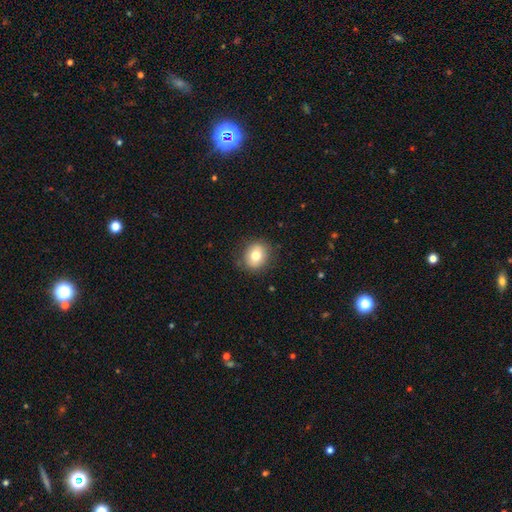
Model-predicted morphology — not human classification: Smooth or featured: smooth — 76% (featured or disk — 15%)
How rounded: round — 68% (in between — 31%)
Merging: none — 84% (minor disturbance — 12%)